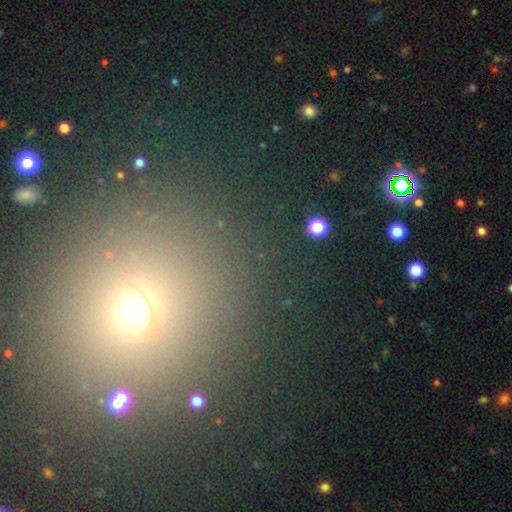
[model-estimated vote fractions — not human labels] smooth-or-featured: smooth: 48% | star or artifact: 43% | featured or disk: 8%
  merging: none: 87% | minor disturbance: 6% | major disturbance: 3% | merger: 3%